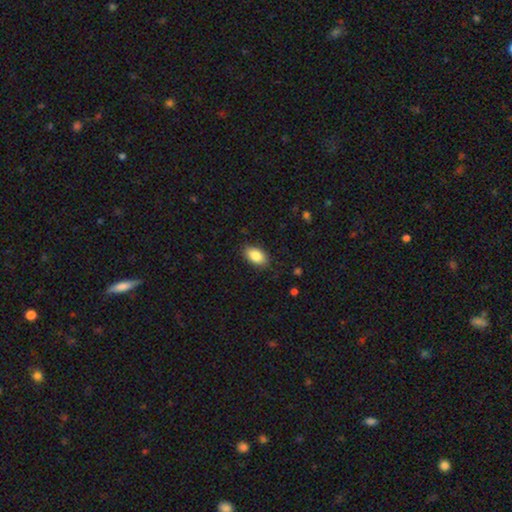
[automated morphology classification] type=smooth (86%); roundness=in between (92%); merging=none (85%).